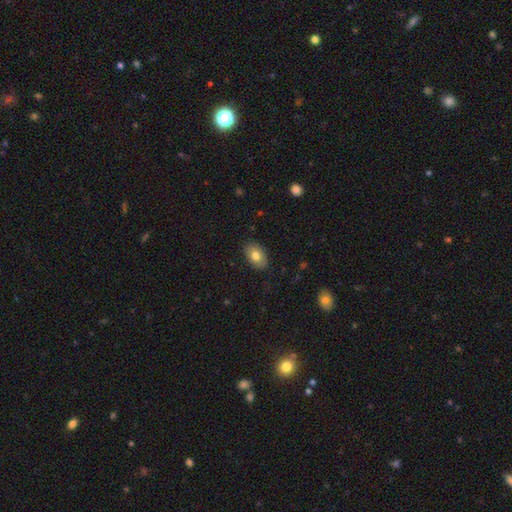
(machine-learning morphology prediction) Smooth or featured? Predicted: smooth (p=0.77). How rounded? Predicted: in between (p=0.88). Merging? Predicted: none (p=0.87).